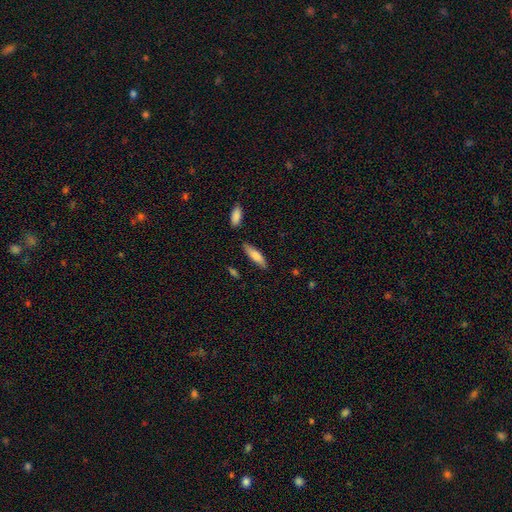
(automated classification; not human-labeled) Smooth or featured? Predicted: smooth (p=0.78). How rounded? Predicted: cigar-shaped (p=0.63). Merging? Predicted: none (p=0.81).